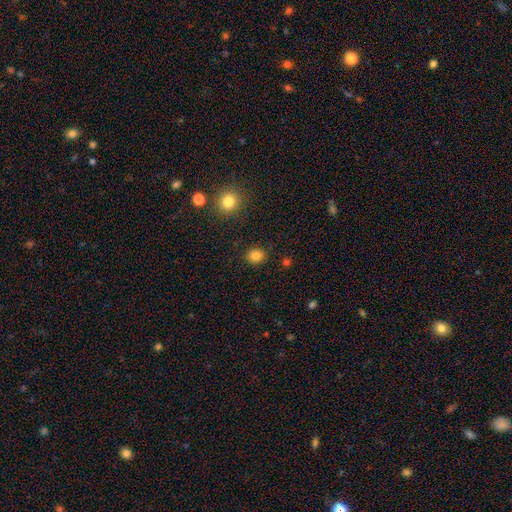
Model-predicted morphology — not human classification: Smooth or featured? smooth (84%)
How rounded? round (80%)
Merging? none (88%)